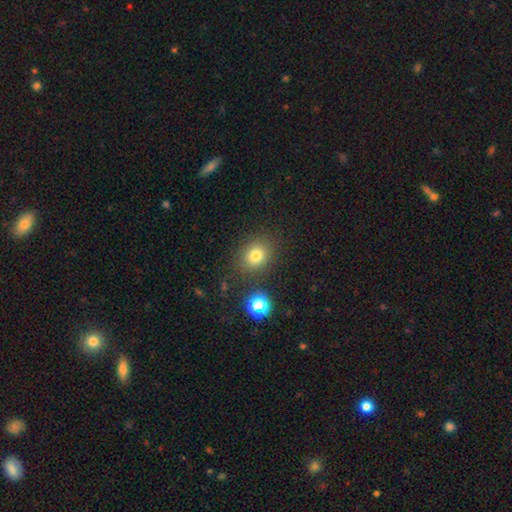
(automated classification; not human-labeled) Smooth or featured? Predicted: smooth (p=0.76). How rounded? Predicted: round (p=0.62). Merging? Predicted: none (p=0.82).